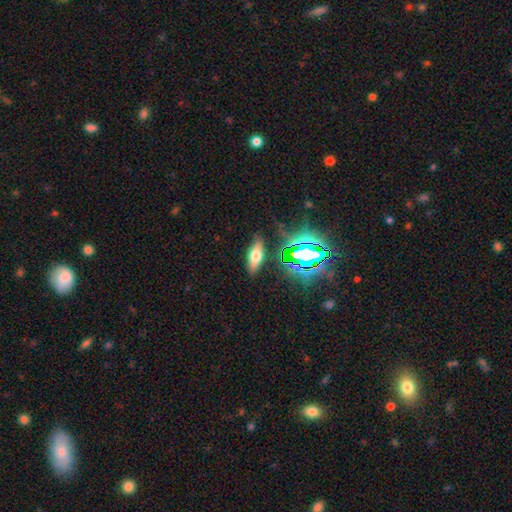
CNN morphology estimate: Overall: smooth (53%; featured or disk 27%). How rounded: in between (64%; cigar-shaped 31%). Merging: none (85%).